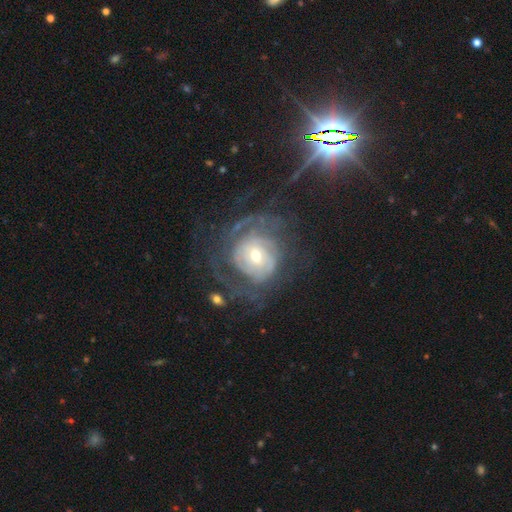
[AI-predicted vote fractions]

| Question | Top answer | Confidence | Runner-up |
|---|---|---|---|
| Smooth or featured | featured or disk | 80% | smooth (12%) |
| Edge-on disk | no | 97% | yes (3%) |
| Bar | no | 62% | weak (29%) |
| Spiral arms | yes | 87% | no (13%) |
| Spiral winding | tight | 61% | medium (27%) |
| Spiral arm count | can't tell | 45% | 2 (19%) |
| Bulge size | moderate | 53% | small (40%) |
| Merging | none | 58% | major disturbance (23%) |